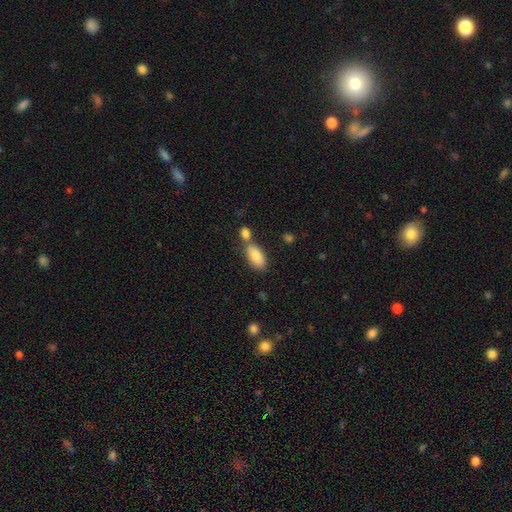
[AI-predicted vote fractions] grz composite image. It shows a smooth galaxy with no disk features (85%) that is in between round and cigar-shaped (91%). Merging: none (54%).